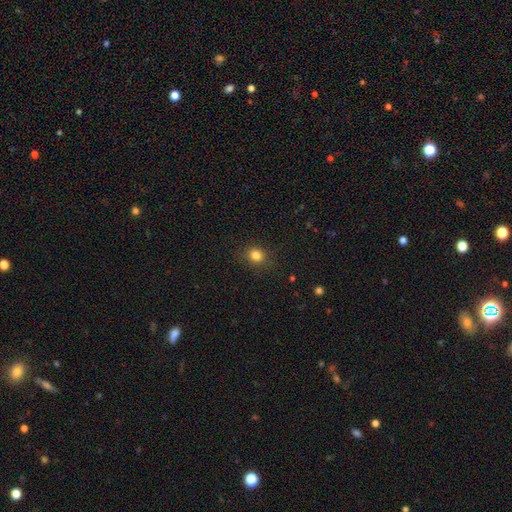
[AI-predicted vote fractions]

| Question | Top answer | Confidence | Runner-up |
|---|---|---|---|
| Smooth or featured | smooth | 82% | star or artifact (13%) |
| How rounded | round | 77% | in between (22%) |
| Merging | none | 87% | minor disturbance (9%) |